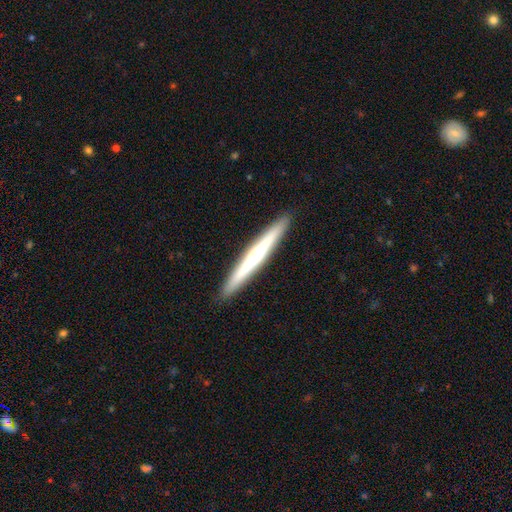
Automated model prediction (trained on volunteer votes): Morphology: type=featured or disk (55%); edge-on=yes (97%); edge-on bulge=rounded (46%); merging=none (92%).